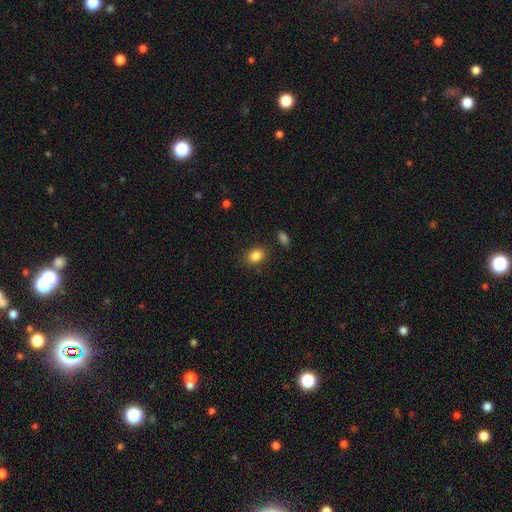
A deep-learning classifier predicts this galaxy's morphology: smooth-or-featured: smooth: 85% | star or artifact: 10% | featured or disk: 5%
  how-rounded: round: 50% | in between: 49% | cigar-shaped: 1%
  merging: none: 85% | minor disturbance: 10% | major disturbance: 3% | merger: 2%